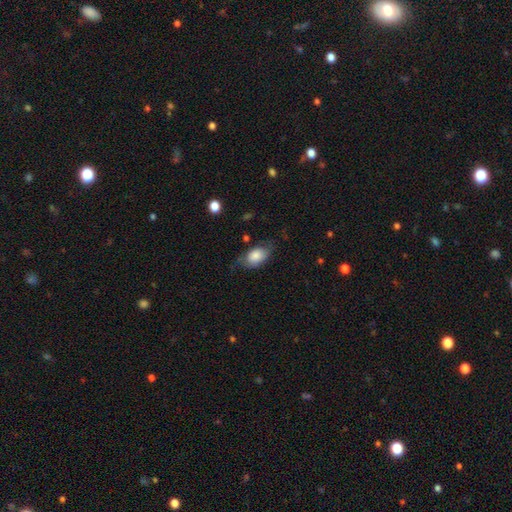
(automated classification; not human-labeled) Smooth or featured? Predicted: smooth (p=0.77). How rounded? Predicted: in between (p=0.90). Merging? Predicted: none (p=0.59).